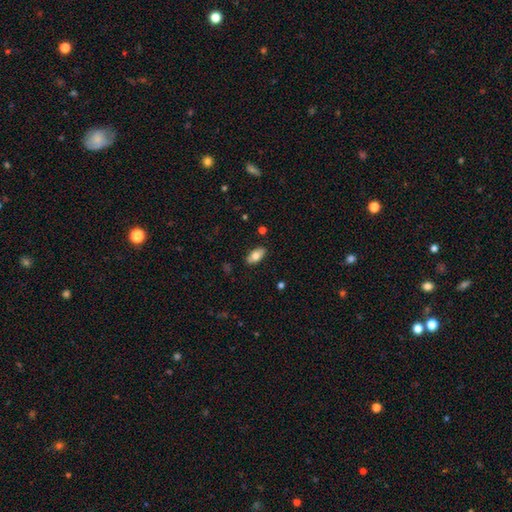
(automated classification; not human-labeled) Smooth or featured: smooth — 75% (featured or disk — 18%)
How rounded: in between — 91% (cigar-shaped — 6%)
Merging: none — 87% (minor disturbance — 10%)